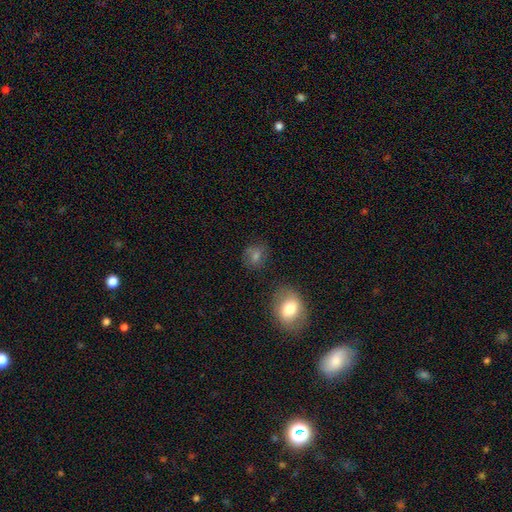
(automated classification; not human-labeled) A smooth galaxy with no disk features (65%) that is round (71%). Merging: none (76%).